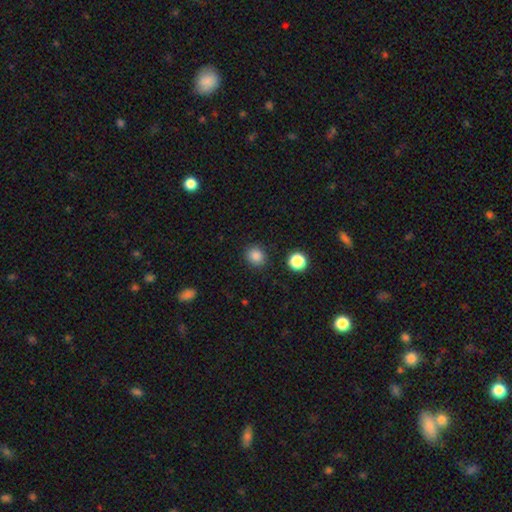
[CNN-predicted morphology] Smooth or featured: smooth — 85% (star or artifact — 12%)
How rounded: round — 86% (in between — 13%)
Merging: none — 89% (minor disturbance — 7%)